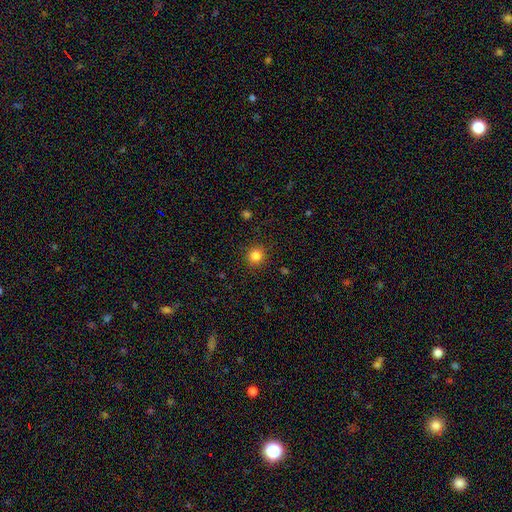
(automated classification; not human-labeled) This is clearly a smooth galaxy (84%). How rounded: clearly round (92%). Merging: clearly none (90%).